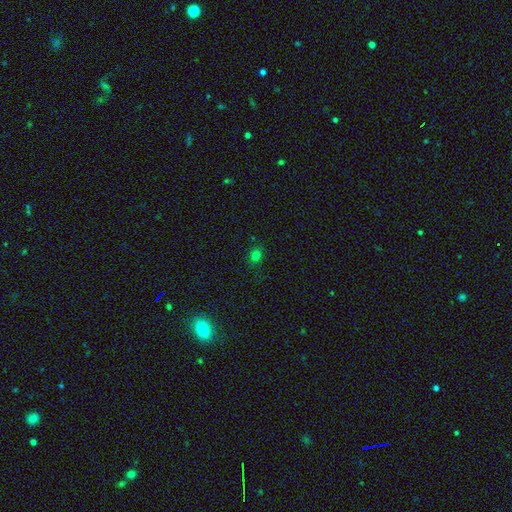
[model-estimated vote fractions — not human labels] smooth-or-featured: smooth: 75% | star or artifact: 20% | featured or disk: 5%
  how-rounded: round: 51% | in between: 48% | cigar-shaped: 1%
  merging: none: 81% | minor disturbance: 13% | major disturbance: 4% | merger: 2%